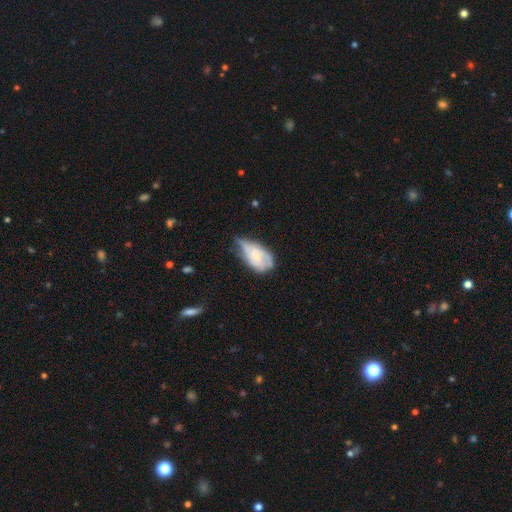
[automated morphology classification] Q: Smooth or featured?
A: featured or disk (48%); runner-up: smooth (45%)
Q: Merging?
A: minor disturbance (47%); runner-up: none (30%)